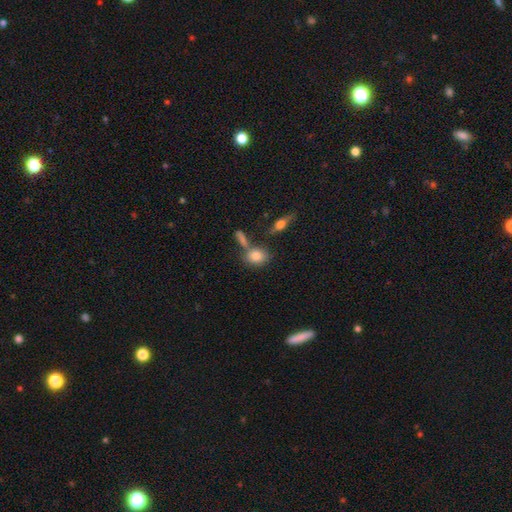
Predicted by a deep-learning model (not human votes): smooth_or_featured: smooth (p=0.80) [alt: featured or disk p=0.12]
how_rounded: in between (p=0.52) [alt: round p=0.44]
merging: none (p=0.60) [alt: merger p=0.22]